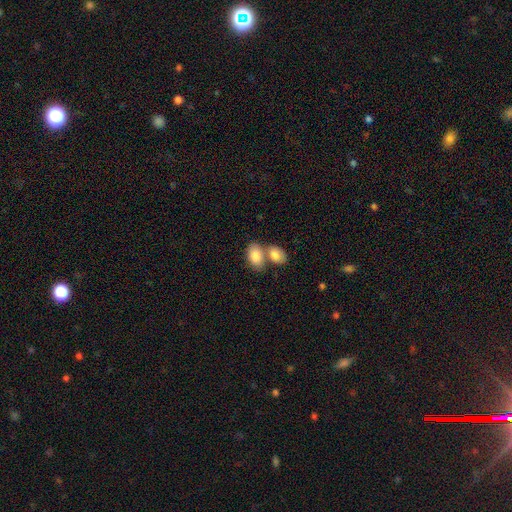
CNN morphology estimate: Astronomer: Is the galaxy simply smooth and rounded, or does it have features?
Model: smooth — 84%.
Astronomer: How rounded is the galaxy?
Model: in between — 91%.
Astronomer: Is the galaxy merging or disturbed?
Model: merger — 53% (runner-up: none, 34%).